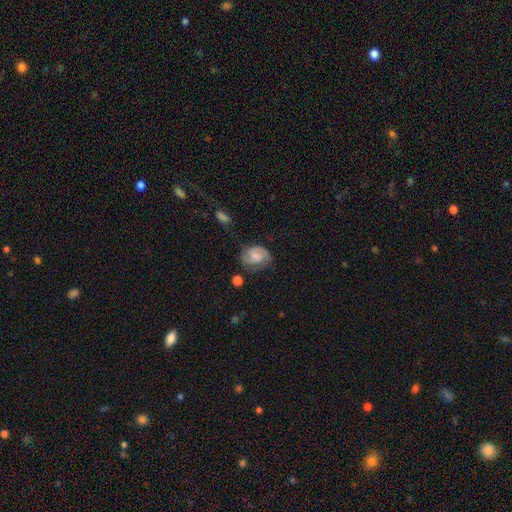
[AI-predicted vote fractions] Overall: featured or disk (73%). Edge-on disk: no (98%). Bar: weak (45%; no 43%). Spiral arms: yes (94%). Spiral arm count: 2 (85%). Spiral winding: medium (46%; tight 39%). Bulge size: none (40%; moderate 23%). Merging: none (66%).